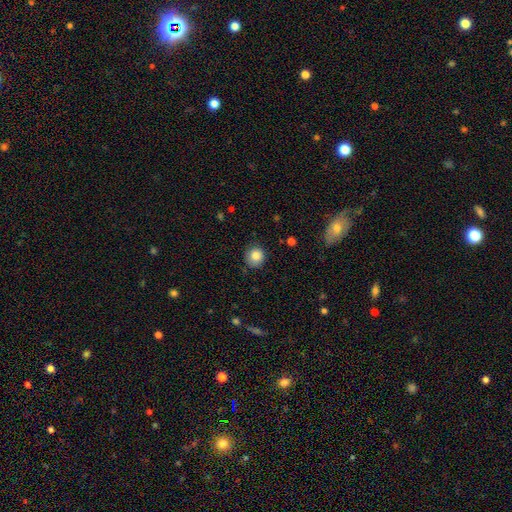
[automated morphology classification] Smooth or featured?
  - smooth: 84% *
  - star or artifact: 10%
  - featured or disk: 6%
How rounded?
  - round: 90% *
  - in between: 9%
  - cigar-shaped: 1%
Merging?
  - none: 84% *
  - minor disturbance: 12%
  - major disturbance: 3%
  - merger: 1%